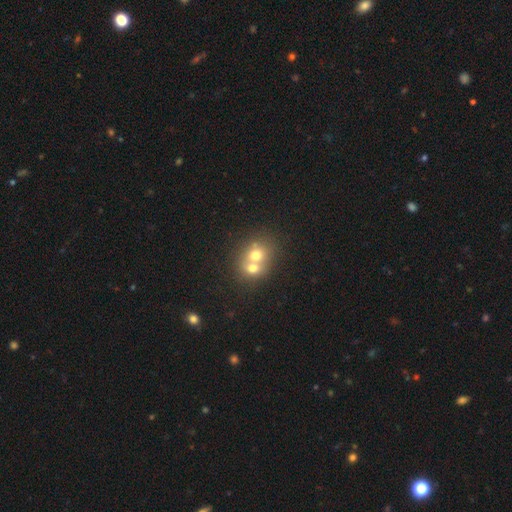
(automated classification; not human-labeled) A smooth galaxy with no disk features (66%) that is round (67%). Merging: merger (70%).